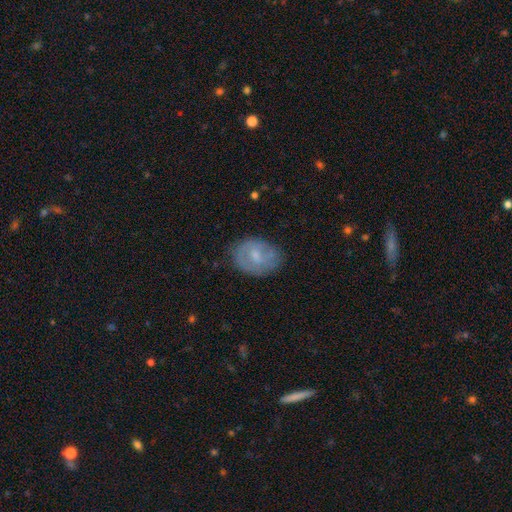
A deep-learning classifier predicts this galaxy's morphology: A smooth galaxy with no disk features (51%) that is in between round and cigar-shaped (69%). Merging: none (71%).